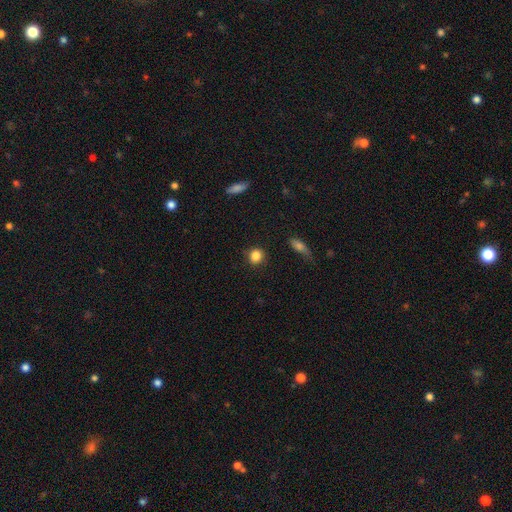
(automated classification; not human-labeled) The model was most divided on "how rounded": round: 84%, in between: 15%, cigar-shaped: 1%. More confident: smooth or featured — smooth (86%); merging — none (86%).